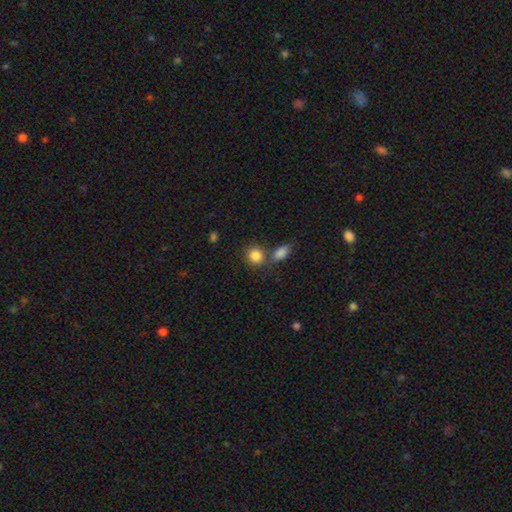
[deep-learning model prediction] Smooth or featured? Predicted: smooth (p=0.85). How rounded? Predicted: round (p=0.77). Merging? Predicted: none (p=0.58).